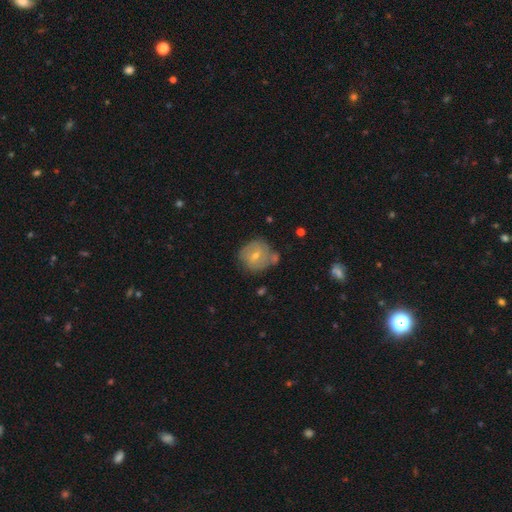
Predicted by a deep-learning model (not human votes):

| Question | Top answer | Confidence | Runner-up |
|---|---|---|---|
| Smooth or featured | smooth | 53% | featured or disk (40%) |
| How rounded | round | 86% | in between (13%) |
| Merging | none | 56% | minor disturbance (22%) |